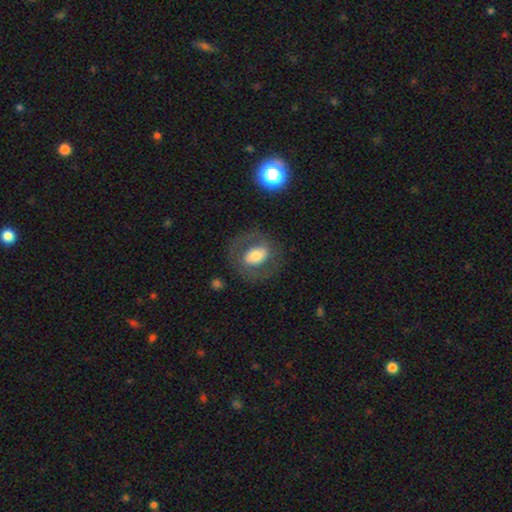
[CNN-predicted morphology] smooth-or-featured: smooth: 48% | featured or disk: 44% | star or artifact: 7%
  merging: none: 74% | minor disturbance: 13% | major disturbance: 12% | merger: 2%